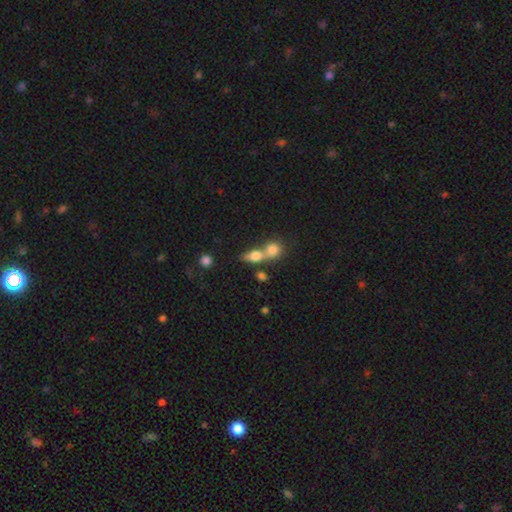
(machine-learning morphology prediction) This is likely a smooth galaxy (73%). How rounded: possibly in between (54%). Merging: likely merger (64%).